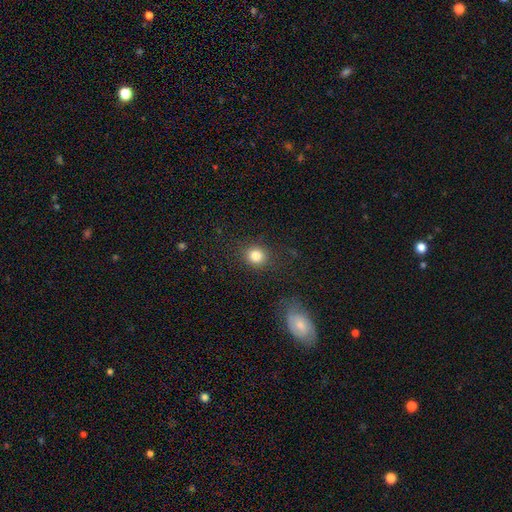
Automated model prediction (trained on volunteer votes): Smooth or featured?
  - smooth: 83% *
  - star or artifact: 11%
  - featured or disk: 6%
How rounded?
  - round: 80% *
  - in between: 19%
  - cigar-shaped: 1%
Merging?
  - none: 85% *
  - minor disturbance: 9%
  - major disturbance: 4%
  - merger: 2%